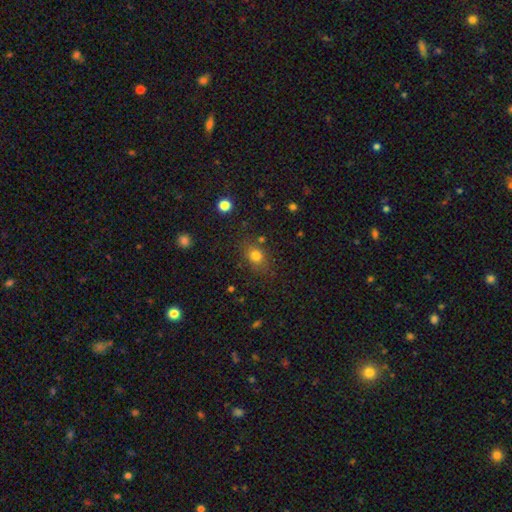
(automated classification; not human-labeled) smooth_or_featured: smooth (p=0.78) [alt: star or artifact p=0.14]
how_rounded: in between (p=0.52) [alt: round p=0.47]
merging: none (p=0.76) [alt: minor disturbance p=0.15]